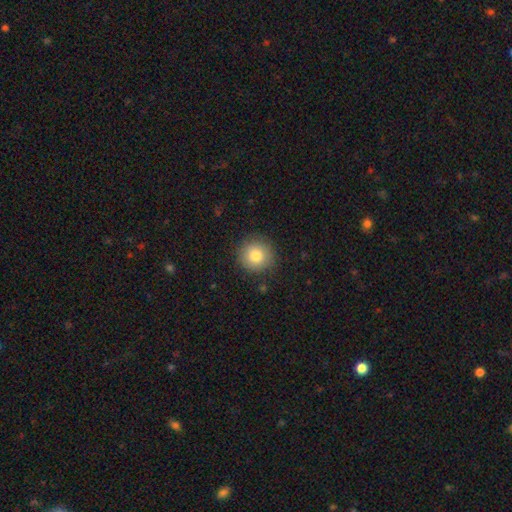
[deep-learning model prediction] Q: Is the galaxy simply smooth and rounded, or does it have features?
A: smooth — 82%.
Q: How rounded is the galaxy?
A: round — 94%.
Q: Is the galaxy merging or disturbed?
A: none — 89%.